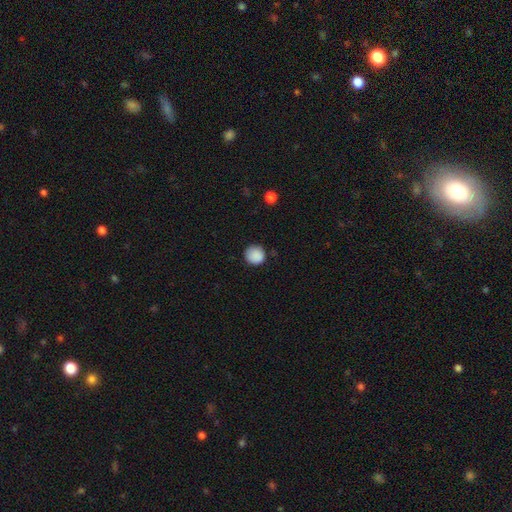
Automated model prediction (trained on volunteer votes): A smooth galaxy with no disk features (88%) that is round (92%).

Vote fractions:
- Smooth or featured? smooth: 88% / star or artifact: 9% / featured or disk: 3%
- How rounded? round: 92% / in between: 7% / cigar-shaped: 1%
- Merging? none: 83% / minor disturbance: 13% / major disturbance: 3% / merger: 1%